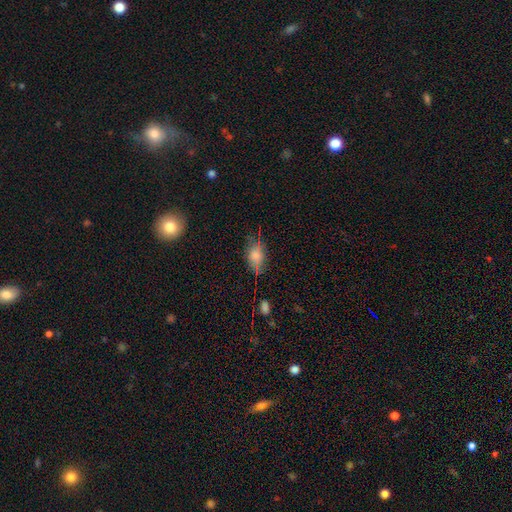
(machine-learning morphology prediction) Q: Smooth or featured?
A: smooth (78%); runner-up: featured or disk (12%)
Q: How rounded?
A: in between (86%); runner-up: round (11%)
Q: Merging?
A: none (62%); runner-up: minor disturbance (26%)